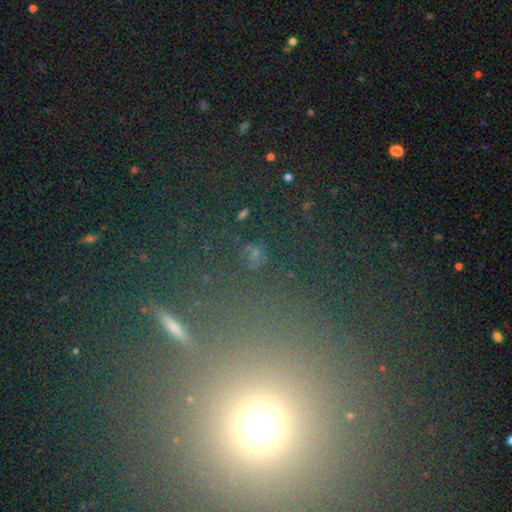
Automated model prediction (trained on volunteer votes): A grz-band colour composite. It shows a star or artifact, not a galaxy (47%).